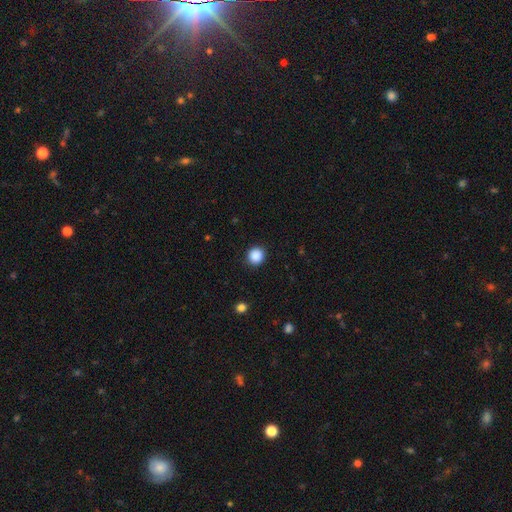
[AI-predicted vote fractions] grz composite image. It shows a smooth galaxy with no disk features (88%) that is round (92%). Merging: none (91%).